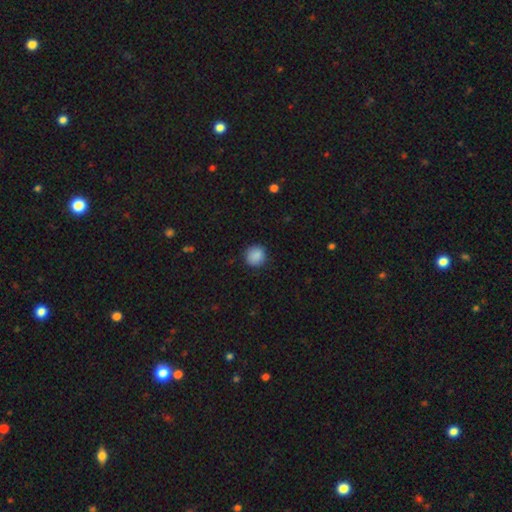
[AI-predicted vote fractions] A smooth galaxy with no disk features (89%) that is round (91%). Merging: none (88%).